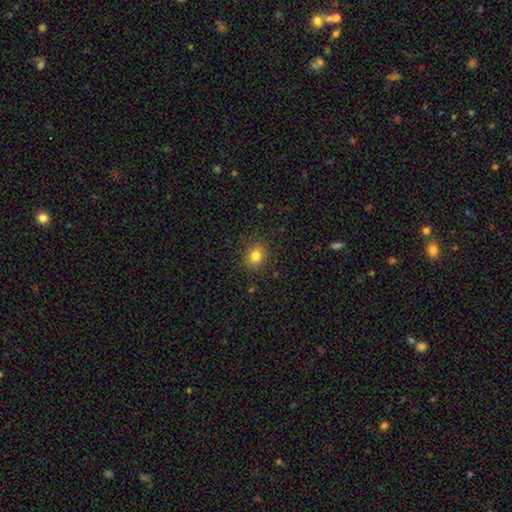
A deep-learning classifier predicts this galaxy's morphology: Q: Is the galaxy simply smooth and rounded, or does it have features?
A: smooth — 81%.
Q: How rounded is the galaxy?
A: round — 57%.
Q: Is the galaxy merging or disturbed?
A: none — 85%.